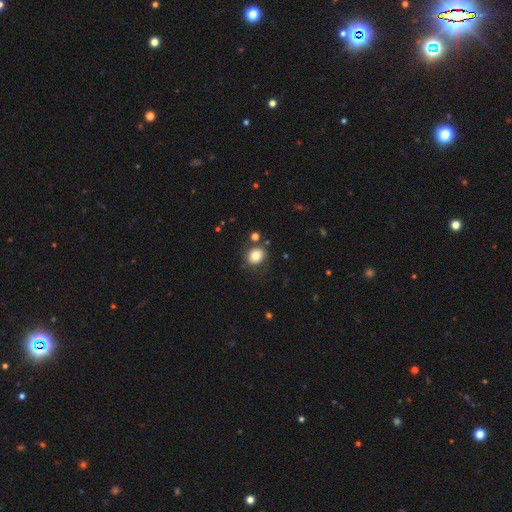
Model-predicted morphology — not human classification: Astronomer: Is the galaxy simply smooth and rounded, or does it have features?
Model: smooth — 79%.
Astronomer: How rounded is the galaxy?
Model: round — 71%.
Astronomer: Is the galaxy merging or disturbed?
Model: none — 80%.